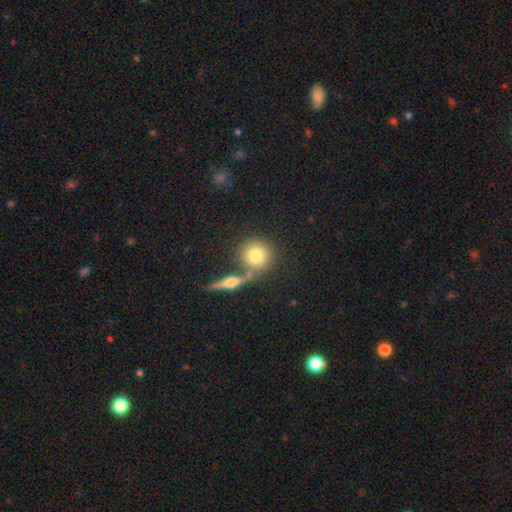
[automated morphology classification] This appears to be a smooth galaxy with no disk features (75%) that is round (90%). Merging: none (62%).